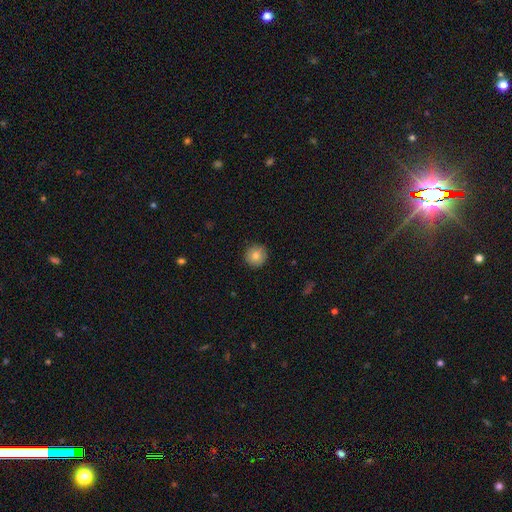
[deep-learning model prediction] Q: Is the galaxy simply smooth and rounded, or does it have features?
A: smooth — 80%.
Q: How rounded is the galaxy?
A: round — 95%.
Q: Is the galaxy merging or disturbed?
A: none — 90%.